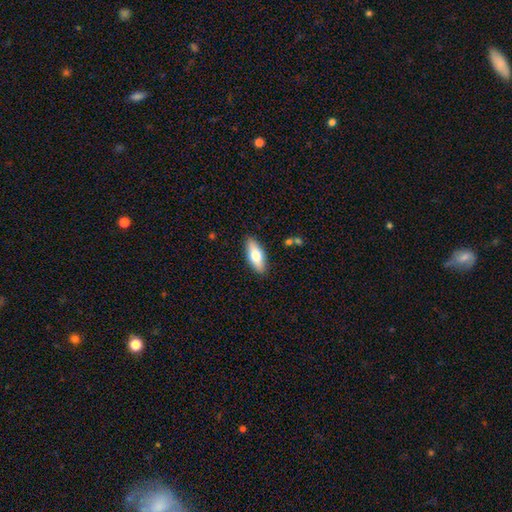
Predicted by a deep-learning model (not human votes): The model was most divided on "smooth or featured": smooth: 71%, featured or disk: 23%, star or artifact: 6%. More confident: merging — none (88%); how rounded — in between (75%).